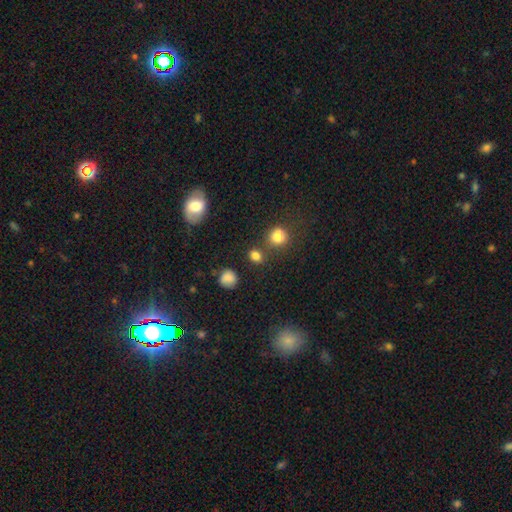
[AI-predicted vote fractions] Smooth or featured? Predicted: smooth (p=0.80). How rounded? Predicted: round (p=0.67). Merging? Predicted: none (p=0.71).